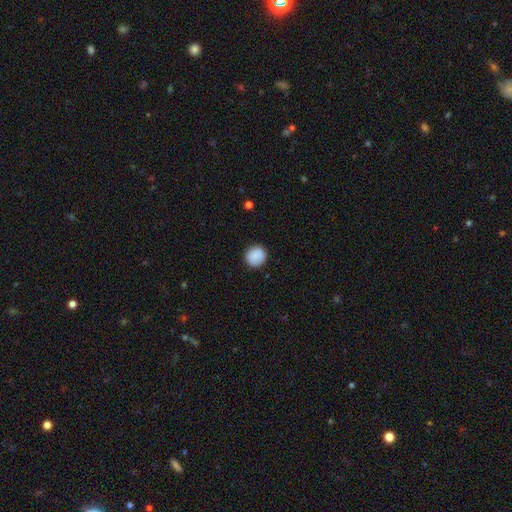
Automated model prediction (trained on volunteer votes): smooth 87%, star or artifact 8%, featured or disk 5%. Down the decision tree: how rounded — round (92%); merging — none (89%).